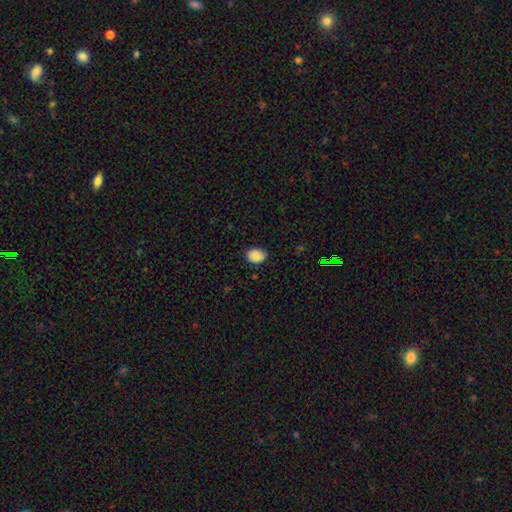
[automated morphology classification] The model was most divided on "how rounded": in between: 64%, round: 35%, cigar-shaped: 1%. More confident: smooth or featured — smooth (88%); merging — none (80%).